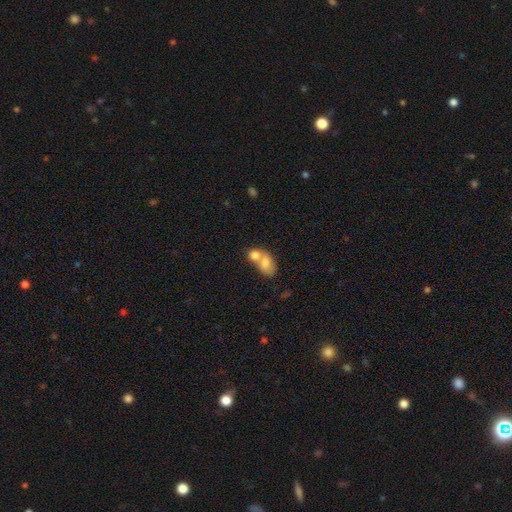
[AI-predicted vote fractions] Overall: smooth (71%). How rounded: in between (62%; round 36%). Merging: merger (71%).